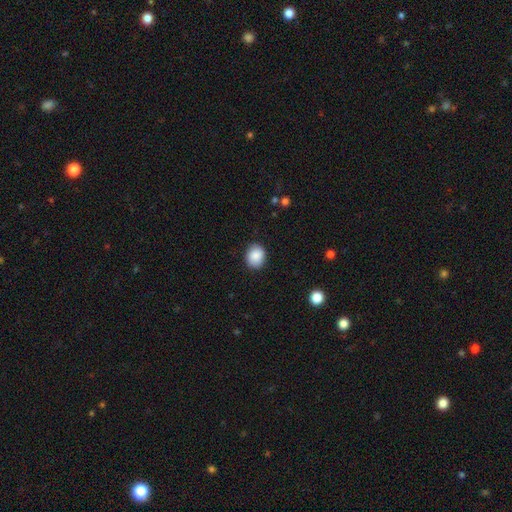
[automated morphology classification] A smooth galaxy with no disk features (89%) that is round (57%). Merging: none (87%).